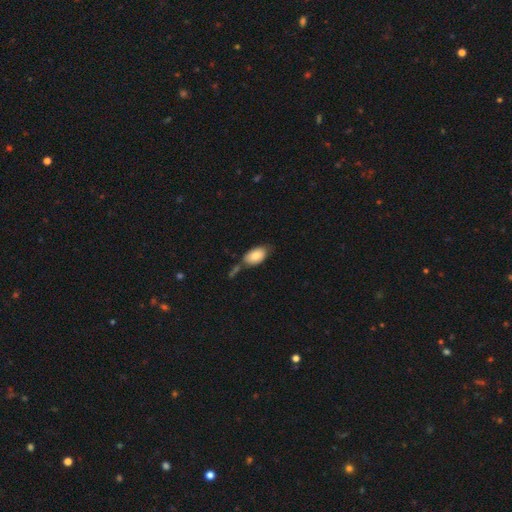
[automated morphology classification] The model was most divided on "merging": none: 56%, minor disturbance: 21%, merger: 16%, major disturbance: 6%. More confident: how rounded — in between (93%); smooth or featured — smooth (83%).